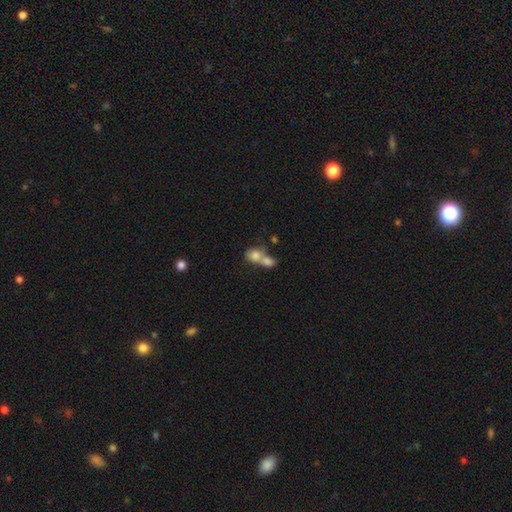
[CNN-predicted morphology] Smooth or featured? Predicted: smooth (p=0.76). How rounded? Predicted: in between (p=0.54). Merging? Predicted: merger (p=0.73).